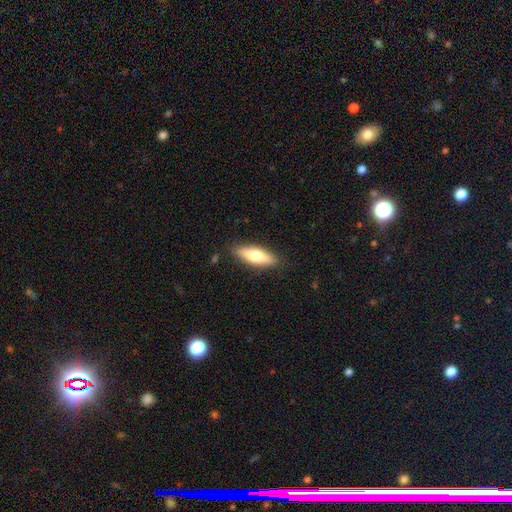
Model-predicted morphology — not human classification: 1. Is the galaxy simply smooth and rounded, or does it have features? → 64% smooth, 30% featured or disk, 6% star or artifact.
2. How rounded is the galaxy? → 52% in between, 46% cigar-shaped, 2% round.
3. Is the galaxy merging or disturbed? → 86% none, 10% minor disturbance, 2% major disturbance, 1% merger.